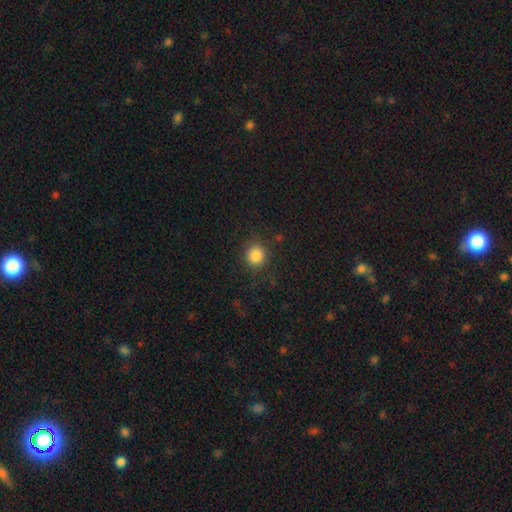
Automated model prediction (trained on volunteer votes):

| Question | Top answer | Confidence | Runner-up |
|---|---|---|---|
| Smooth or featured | smooth | 85% | star or artifact (11%) |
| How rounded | round | 88% | in between (11%) |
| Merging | none | 86% | minor disturbance (9%) |